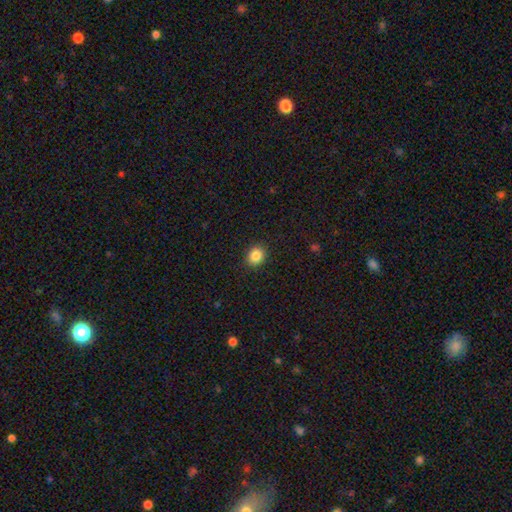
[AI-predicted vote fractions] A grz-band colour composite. It shows a smooth galaxy with no disk features (86%) that is round (70%). Merging: none (90%).